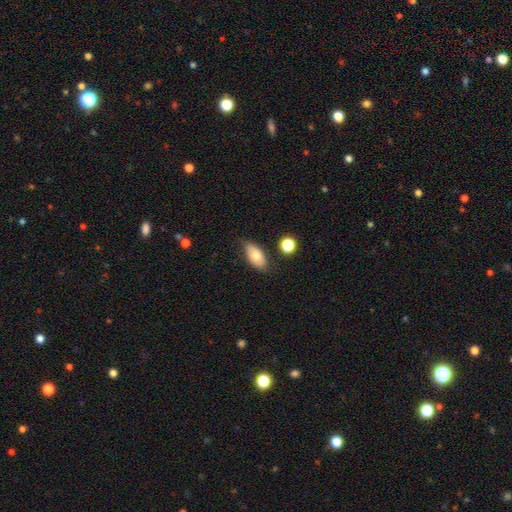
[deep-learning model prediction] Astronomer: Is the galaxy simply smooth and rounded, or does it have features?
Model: smooth — 73%.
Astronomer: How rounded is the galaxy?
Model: in between — 91%.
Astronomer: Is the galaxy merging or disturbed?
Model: none — 74%.